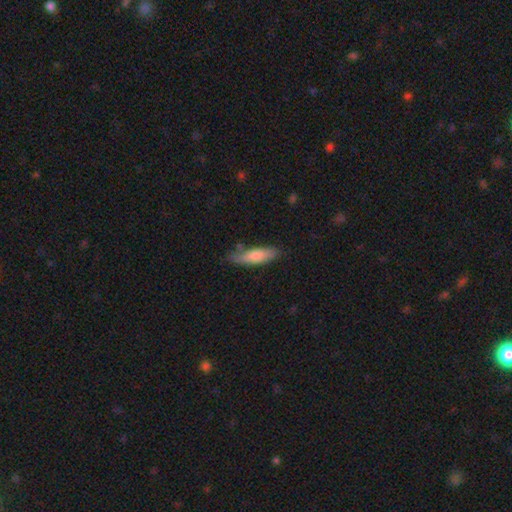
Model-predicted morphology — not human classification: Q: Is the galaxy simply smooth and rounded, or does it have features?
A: smooth — 72%.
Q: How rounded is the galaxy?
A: cigar-shaped — 62%.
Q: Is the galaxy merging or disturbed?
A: none — 72%.